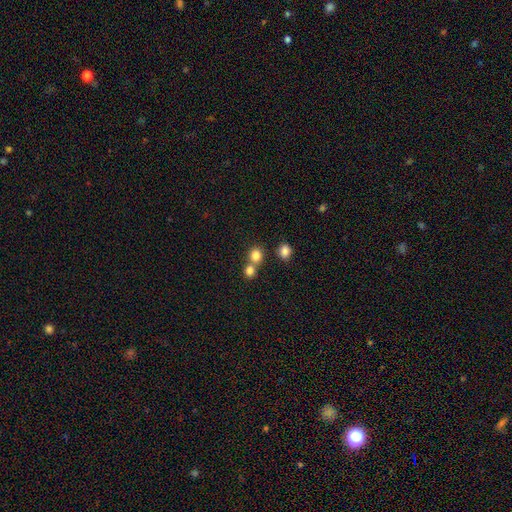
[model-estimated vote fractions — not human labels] Q: Smooth or featured?
A: smooth (82%); runner-up: star or artifact (12%)
Q: How rounded?
A: round (82%); runner-up: in between (17%)
Q: Merging?
A: none (52%); runner-up: merger (39%)